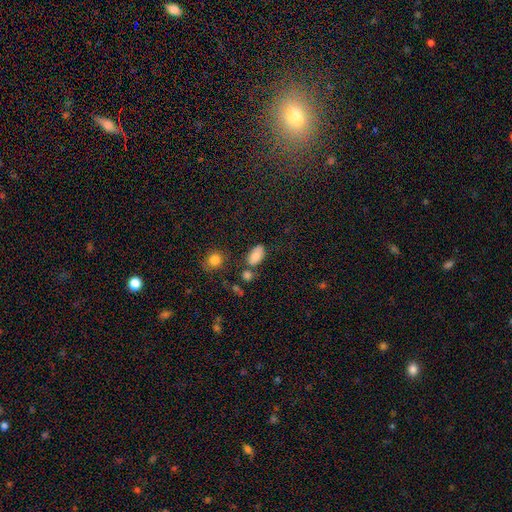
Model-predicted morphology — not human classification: Smooth or featured: smooth — 84% (star or artifact — 9%)
How rounded: in between — 91% (round — 6%)
Merging: none — 66% (minor disturbance — 17%)